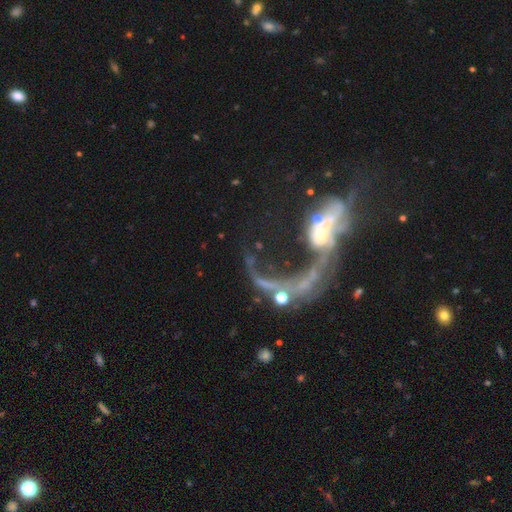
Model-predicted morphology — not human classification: Smooth or featured? Predicted: featured or disk (p=0.68). Edge-on disk? Predicted: no (p=0.90). Bar? Predicted: no (p=0.63). Spiral arms? Predicted: yes (p=0.50, tied with no). Bulge size? Predicted: moderate (p=0.40). Merging? Predicted: merger (p=0.42).